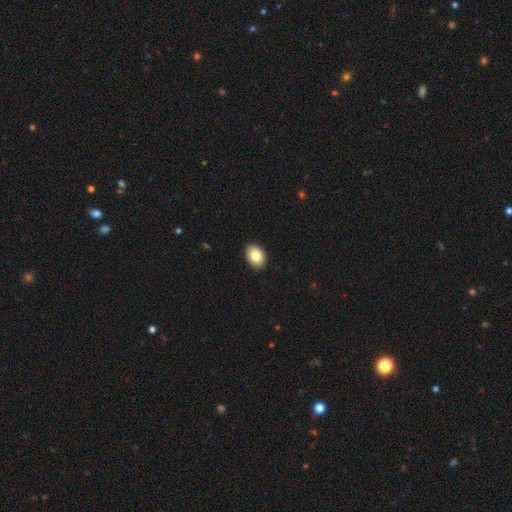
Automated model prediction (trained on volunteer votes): smooth_or_featured: smooth (p=0.82) [alt: featured or disk p=0.10]
how_rounded: in between (p=0.76) [alt: round p=0.23]
merging: none (p=0.92) [alt: minor disturbance p=0.06]